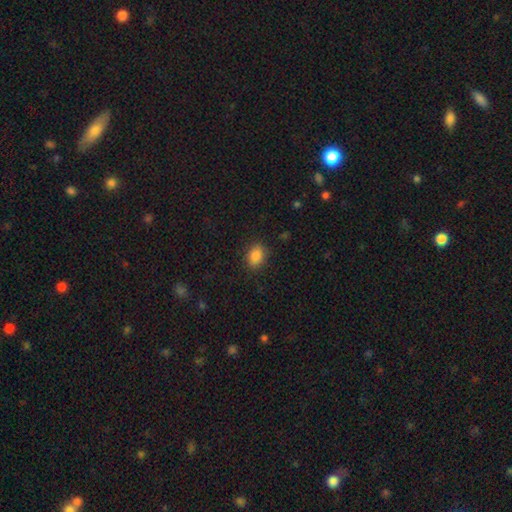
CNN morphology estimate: smooth 86%, star or artifact 10%, featured or disk 5%. Down the decision tree: how rounded — in between (70%); merging — none (87%).